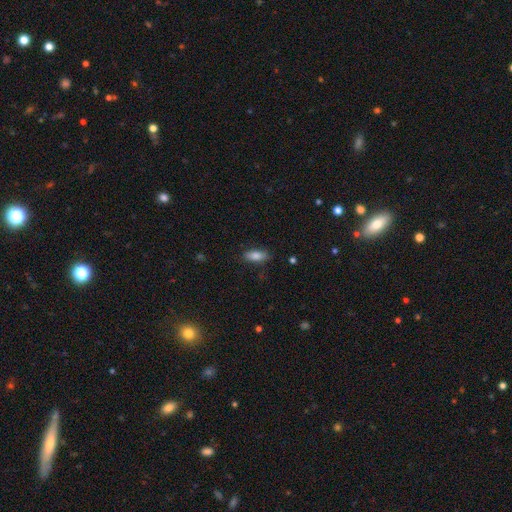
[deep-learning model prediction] Q: Smooth or featured?
A: smooth (83%); runner-up: featured or disk (9%)
Q: How rounded?
A: in between (77%); runner-up: cigar-shaped (20%)
Q: Merging?
A: none (84%); runner-up: minor disturbance (12%)